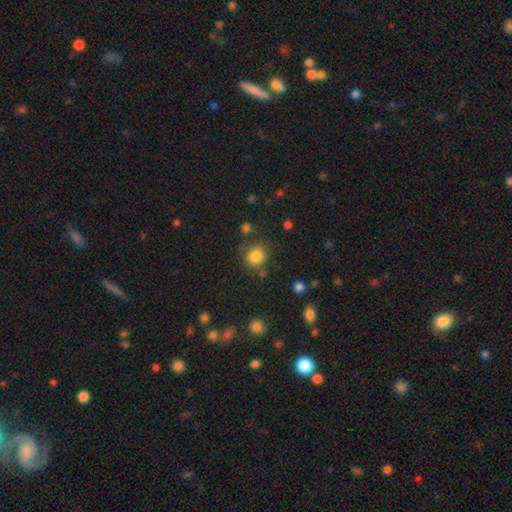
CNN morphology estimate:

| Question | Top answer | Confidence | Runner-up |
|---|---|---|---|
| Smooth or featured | smooth | 83% | star or artifact (12%) |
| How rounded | round | 84% | in between (15%) |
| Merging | none | 79% | minor disturbance (11%) |